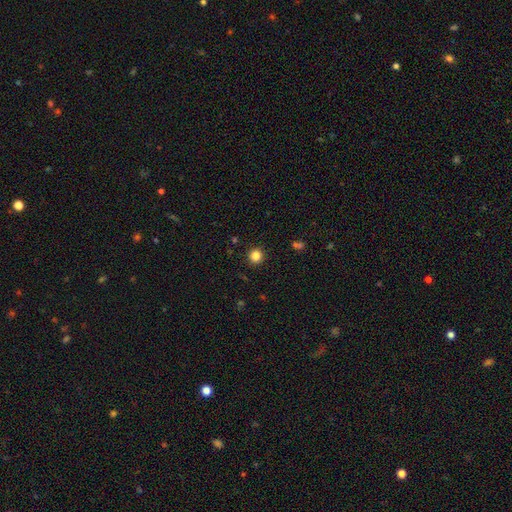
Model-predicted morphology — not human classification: Smooth or featured?
  - smooth: 83% *
  - star or artifact: 12%
  - featured or disk: 5%
How rounded?
  - round: 94% *
  - in between: 5%
  - cigar-shaped: 1%
Merging?
  - none: 92% *
  - minor disturbance: 5%
  - major disturbance: 2%
  - merger: 1%